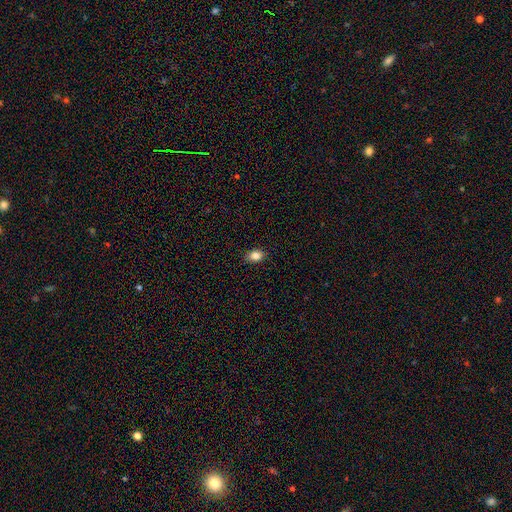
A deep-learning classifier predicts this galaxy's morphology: Smooth or featured? Predicted: smooth (p=0.85). How rounded? Predicted: in between (p=0.73). Merging? Predicted: none (p=0.89).